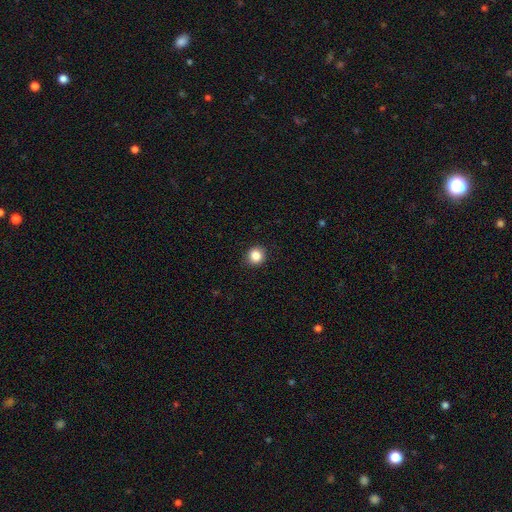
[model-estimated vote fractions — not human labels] Smooth or featured? smooth (86%)
How rounded? round (90%)
Merging? none (91%)